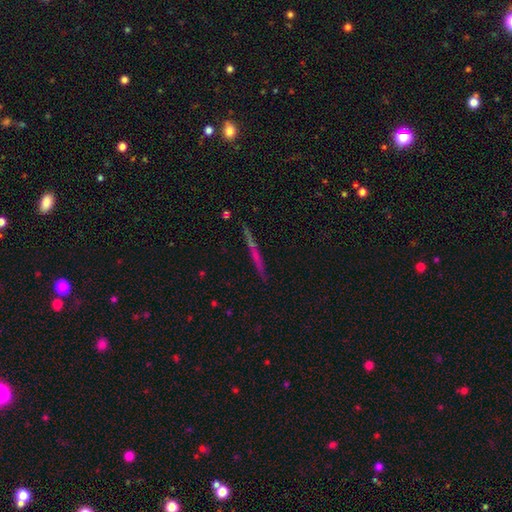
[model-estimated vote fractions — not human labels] Smooth or featured? featured or disk (52%)
Edge-on disk? yes (96%)
Edge-on bulge? none (83%)
Merging? none (89%)